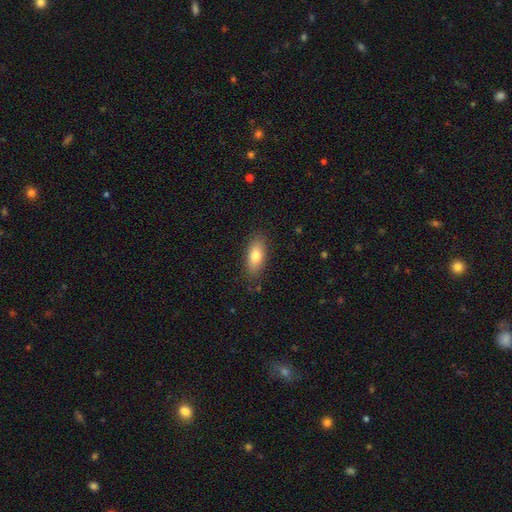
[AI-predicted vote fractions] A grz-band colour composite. It shows a smooth galaxy with no disk features (77%) that is in between round and cigar-shaped (79%). Merging: none (84%).